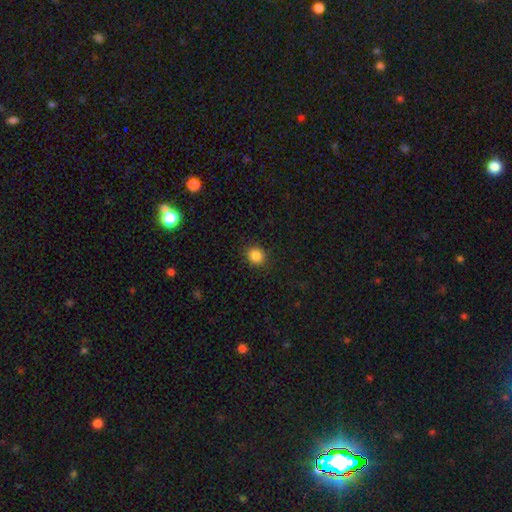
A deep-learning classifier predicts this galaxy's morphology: Overall: smooth (86%). How rounded: round (83%). Merging: none (90%).